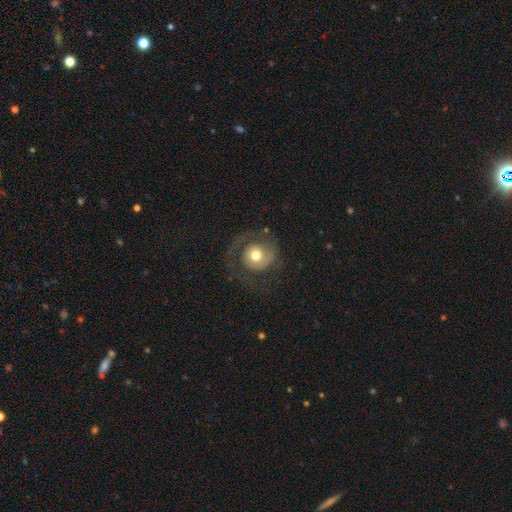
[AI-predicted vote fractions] Overall: featured or disk (57%; smooth 36%). Edge-on disk: no (97%). Bar: no (82%). Spiral arms: yes (79%). Bulge size: moderate (69%). Merging: none (55%; major disturbance 28%).